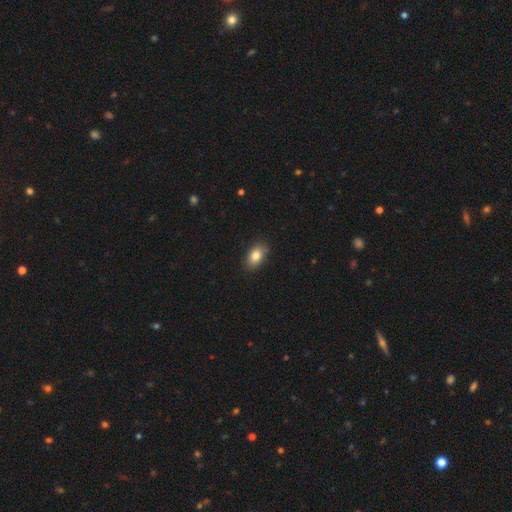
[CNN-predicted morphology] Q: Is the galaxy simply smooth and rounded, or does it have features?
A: smooth — 83%.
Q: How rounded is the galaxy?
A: in between — 86%.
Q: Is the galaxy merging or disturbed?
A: none — 84%.